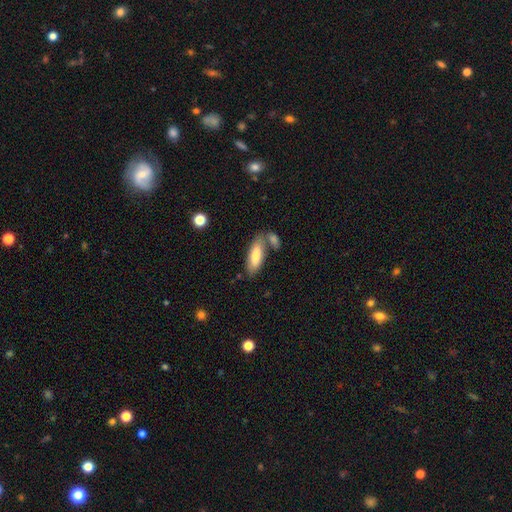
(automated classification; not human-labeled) Overall: smooth (76%). How rounded: in between (63%; cigar-shaped 35%). Merging: none (59%; merger 23%).